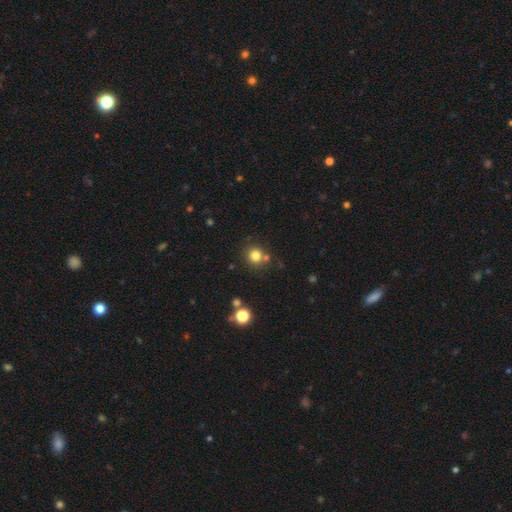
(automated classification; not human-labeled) smooth 80%, star or artifact 14%, featured or disk 7%. Down the decision tree: how rounded — round (91%); merging — none (73%).